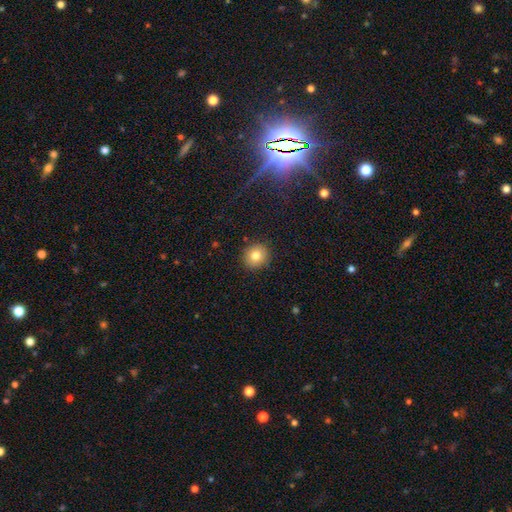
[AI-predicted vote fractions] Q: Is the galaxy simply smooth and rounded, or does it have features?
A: smooth — 80%.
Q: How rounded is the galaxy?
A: round — 86%.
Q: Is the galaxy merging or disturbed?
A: none — 89%.